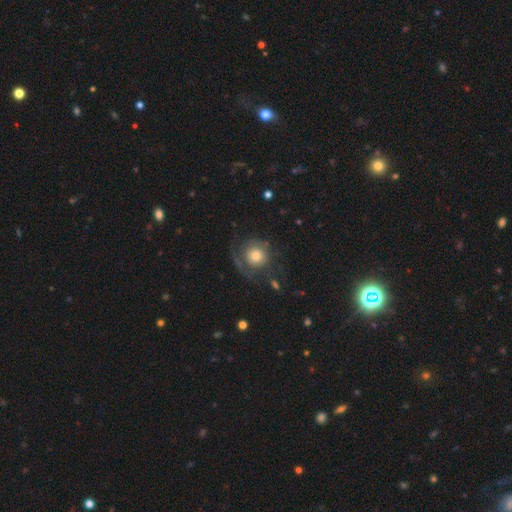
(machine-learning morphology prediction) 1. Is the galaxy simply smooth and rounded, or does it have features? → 50% smooth, 42% featured or disk, 8% star or artifact.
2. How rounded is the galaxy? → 89% round, 10% in between, 1% cigar-shaped.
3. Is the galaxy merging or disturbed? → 53% none, 25% major disturbance, 19% minor disturbance, 3% merger.